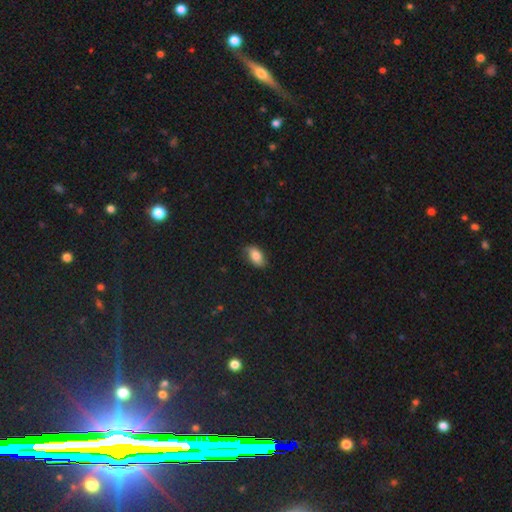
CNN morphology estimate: smooth 80%, featured or disk 12%, star or artifact 8%. Down the decision tree: how rounded — in between (91%); merging — none (77%).